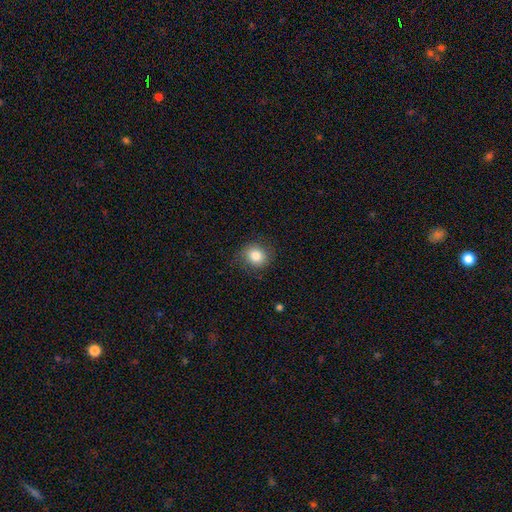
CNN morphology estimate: Smooth or featured? smooth (83%)
How rounded? round (79%)
Merging? none (82%)